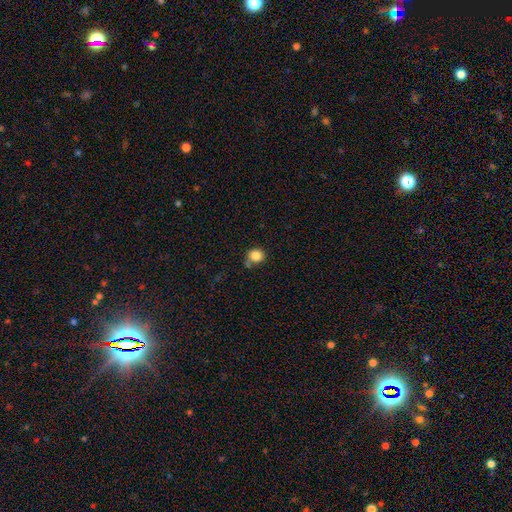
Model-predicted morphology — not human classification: smooth-or-featured: smooth: 85% | star or artifact: 10% | featured or disk: 5%
  how-rounded: round: 84% | in between: 15% | cigar-shaped: 1%
  merging: none: 65% | minor disturbance: 20% | merger: 10% | major disturbance: 6%